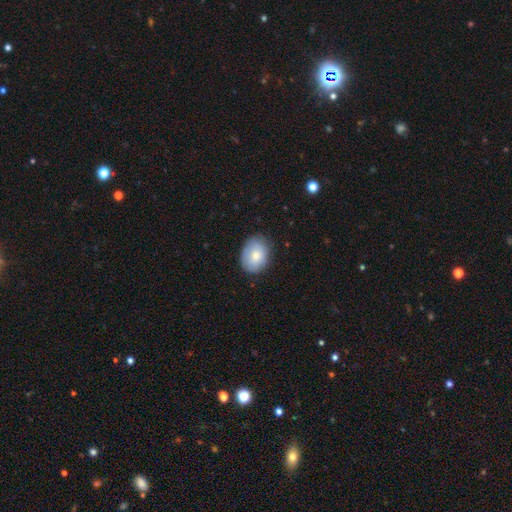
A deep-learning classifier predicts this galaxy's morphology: smooth 76%, featured or disk 17%, star or artifact 7%. Down the decision tree: how rounded — in between (65%); merging — none (78%).